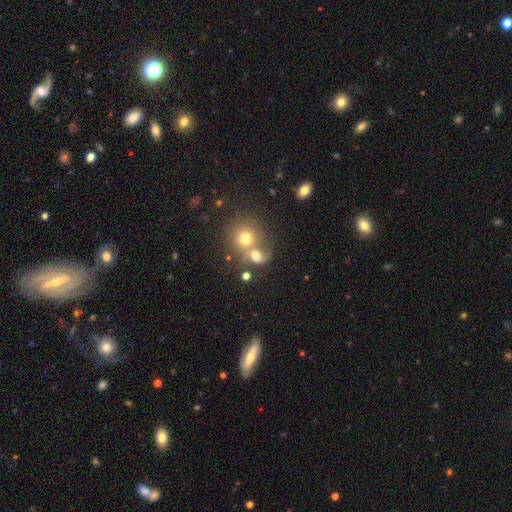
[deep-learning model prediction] Smooth or featured: smooth — 66% (featured or disk — 19%)
How rounded: round — 60% (in between — 39%)
Merging: merger — 55% (none — 30%)